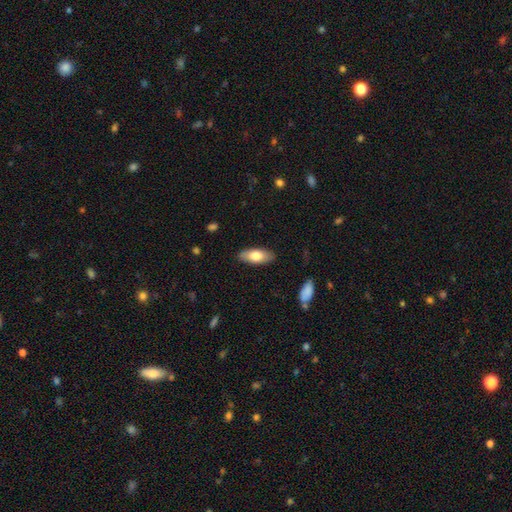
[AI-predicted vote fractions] smooth 74%, featured or disk 20%, star or artifact 6%. Down the decision tree: how rounded — in between (82%); merging — none (87%).